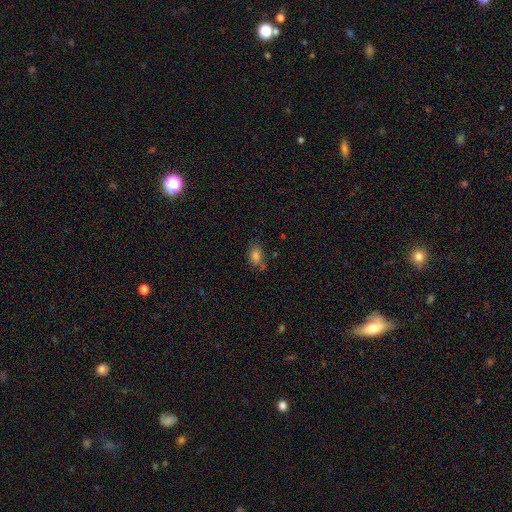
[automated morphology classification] A smooth galaxy with no disk features (79%) that is in between round and cigar-shaped (78%).

Vote fractions:
- Smooth or featured? smooth: 79% / star or artifact: 13% / featured or disk: 8%
- How rounded? in between: 78% / round: 21% / cigar-shaped: 2%
- Merging? none: 66% / minor disturbance: 20% / merger: 9% / major disturbance: 6%